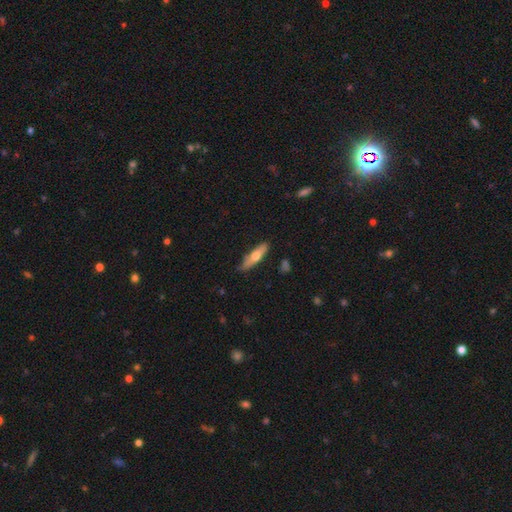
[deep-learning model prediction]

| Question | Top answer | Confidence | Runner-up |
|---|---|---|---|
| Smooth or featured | smooth | 57% | featured or disk (37%) |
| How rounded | cigar-shaped | 70% | in between (28%) |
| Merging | none | 78% | minor disturbance (18%) |